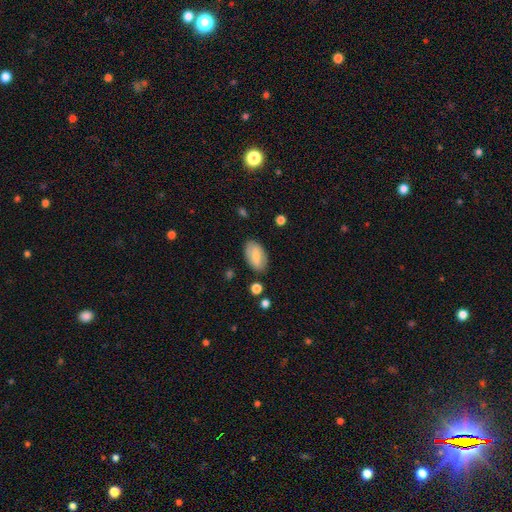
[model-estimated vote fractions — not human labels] Smooth or featured? smooth (70%)
How rounded? in between (94%)
Merging? none (82%)